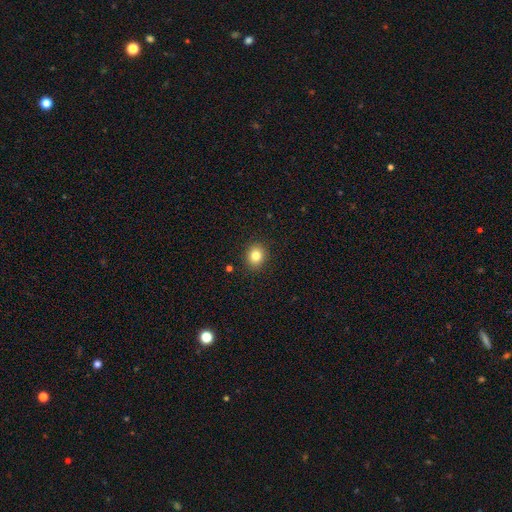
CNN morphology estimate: Smooth or featured? Predicted: smooth (p=0.83). How rounded? Predicted: round (p=0.74). Merging? Predicted: none (p=0.90).